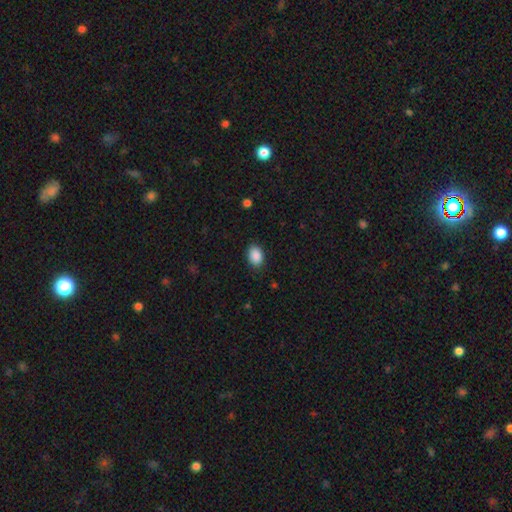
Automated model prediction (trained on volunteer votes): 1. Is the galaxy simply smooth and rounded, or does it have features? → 89% smooth, 8% star or artifact, 3% featured or disk.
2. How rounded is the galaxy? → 80% in between, 19% round, 1% cigar-shaped.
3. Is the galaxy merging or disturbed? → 87% none, 10% minor disturbance, 2% major disturbance, 1% merger.